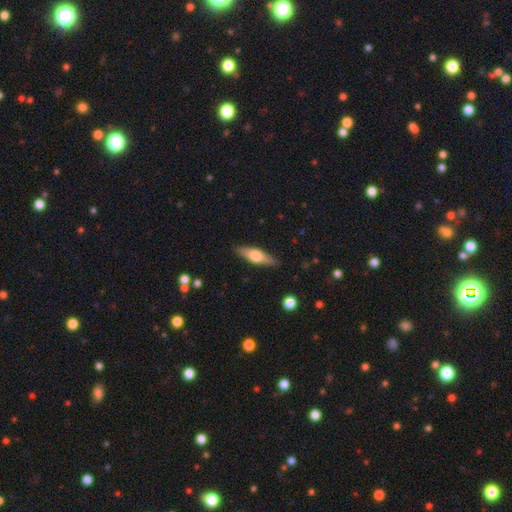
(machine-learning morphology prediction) A smooth galaxy with no disk features (50%). Merging: none (87%).